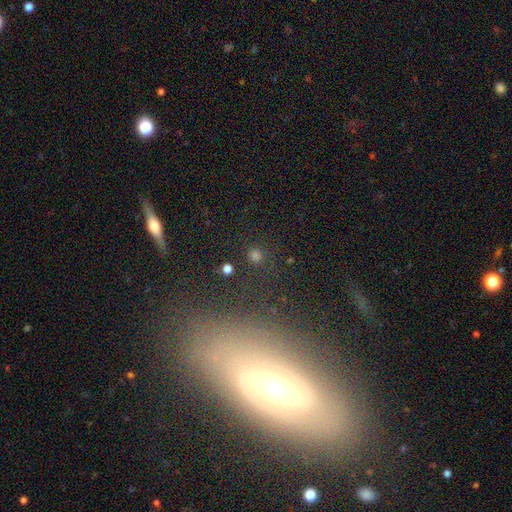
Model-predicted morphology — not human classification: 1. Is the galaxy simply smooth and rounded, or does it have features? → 59% smooth, 28% star or artifact, 13% featured or disk.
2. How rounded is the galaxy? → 89% round, 9% in between, 3% cigar-shaped.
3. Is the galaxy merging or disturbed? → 86% none, 7% minor disturbance, 4% major disturbance, 3% merger.